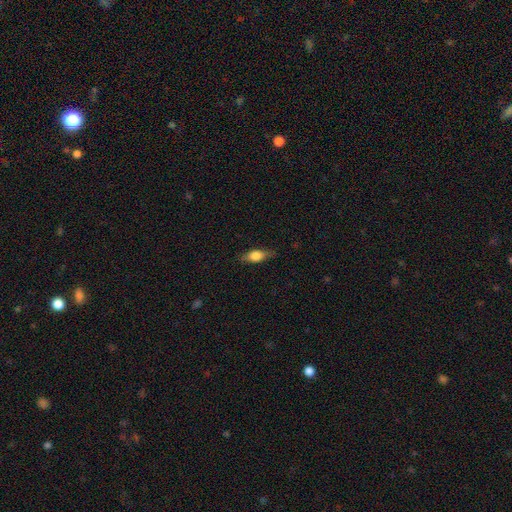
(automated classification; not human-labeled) Overall: smooth (66%). How rounded: in between (71%). Merging: none (79%).